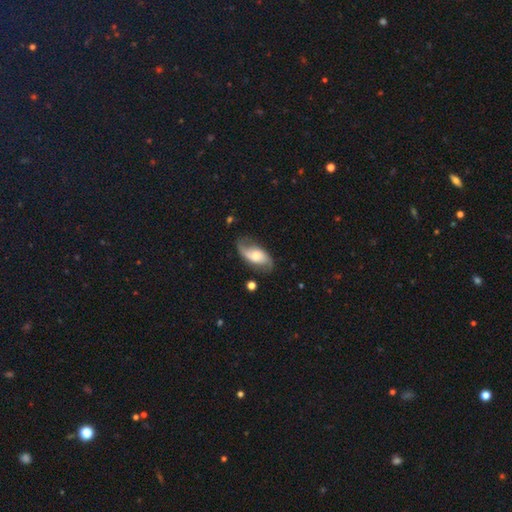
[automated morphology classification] A featured or disk galaxy (73%) with no bar (61%), 2 (87%) loose (60%) spiral arms (92%) and a moderate central bulge (50%). Merging: none (70%).